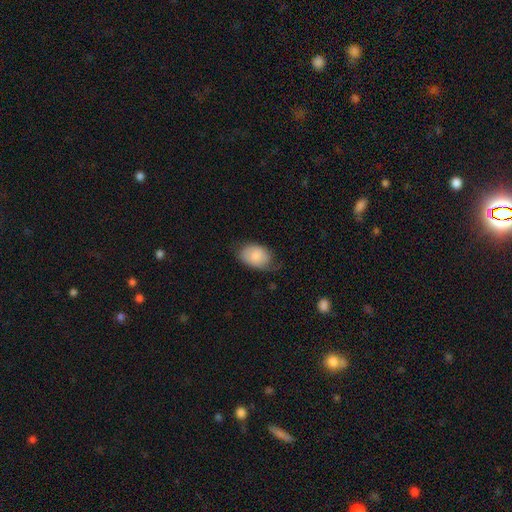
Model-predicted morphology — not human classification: smooth 81%, featured or disk 13%, star or artifact 6%. Down the decision tree: how rounded — in between (86%); merging — none (59%).